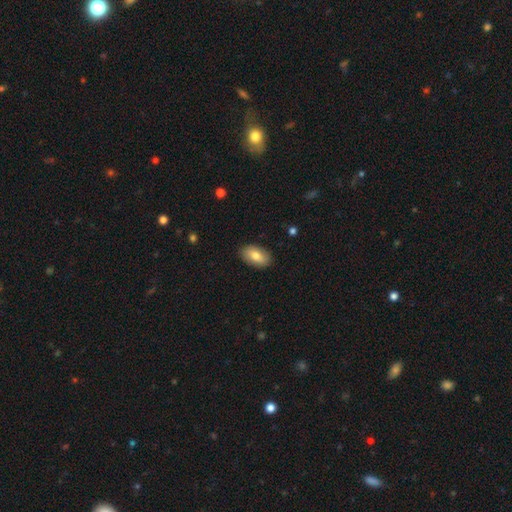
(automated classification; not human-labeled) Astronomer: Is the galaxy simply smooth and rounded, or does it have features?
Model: smooth — 77%.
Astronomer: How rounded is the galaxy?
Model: in between — 93%.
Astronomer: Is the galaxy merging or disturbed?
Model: none — 88%.